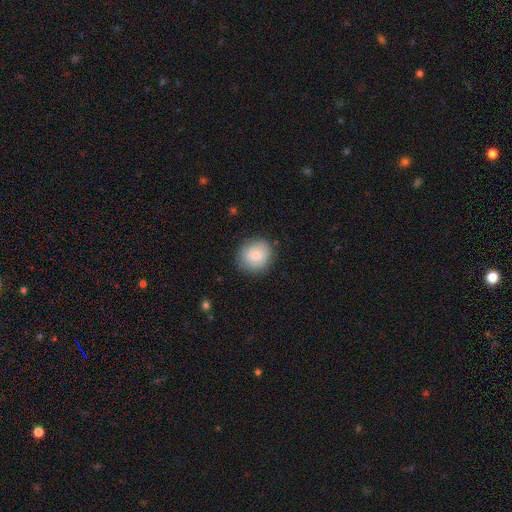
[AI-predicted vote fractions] smooth_or_featured: smooth (p=0.84) [alt: featured or disk p=0.09]
how_rounded: round (p=0.81) [alt: in between p=0.18]
merging: none (p=0.83) [alt: minor disturbance p=0.12]